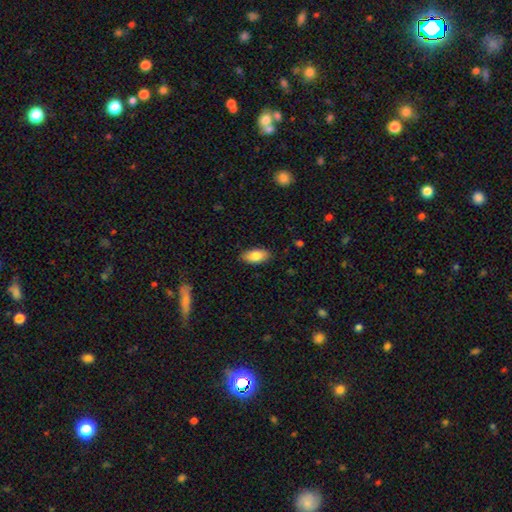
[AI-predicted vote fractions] Smooth or featured?
  - smooth: 83% *
  - featured or disk: 11%
  - star or artifact: 7%
How rounded?
  - in between: 91% *
  - cigar-shaped: 6%
  - round: 3%
Merging?
  - none: 87% *
  - minor disturbance: 10%
  - major disturbance: 2%
  - merger: 1%